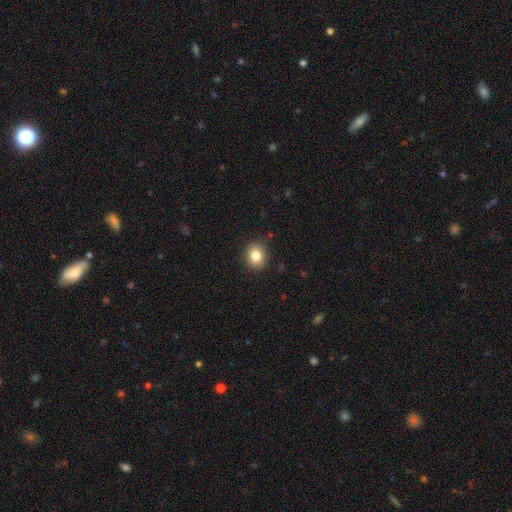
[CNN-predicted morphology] A smooth galaxy with no disk features (84%) that is round (61%). Merging: none (88%).